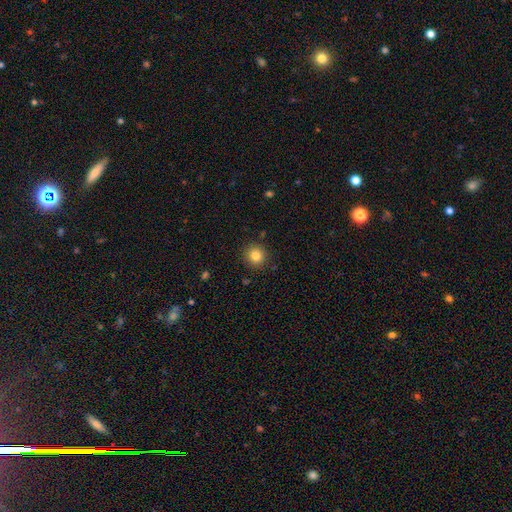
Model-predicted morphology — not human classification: smooth_or_featured: smooth (p=0.83) [alt: star or artifact p=0.11]
how_rounded: round (p=0.93) [alt: in between p=0.07]
merging: none (p=0.90) [alt: minor disturbance p=0.06]